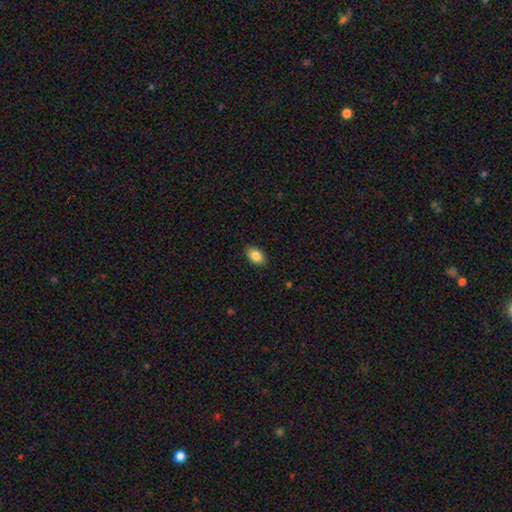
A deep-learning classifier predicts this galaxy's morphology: Smooth or featured? smooth (86%)
How rounded? in between (85%)
Merging? none (86%)